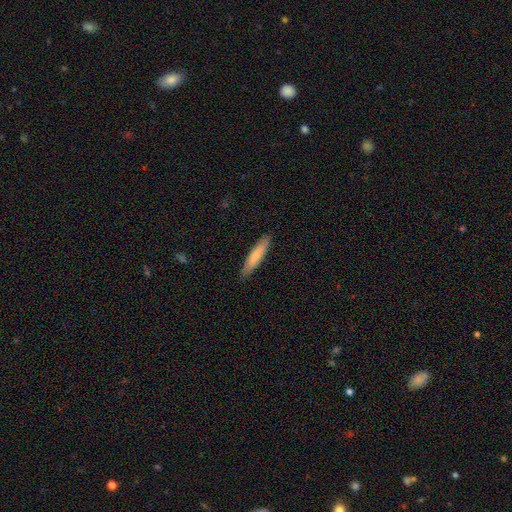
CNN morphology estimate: Smooth or featured: smooth — 73% (featured or disk — 22%)
How rounded: cigar-shaped — 83% (in between — 15%)
Merging: none — 87% (minor disturbance — 10%)